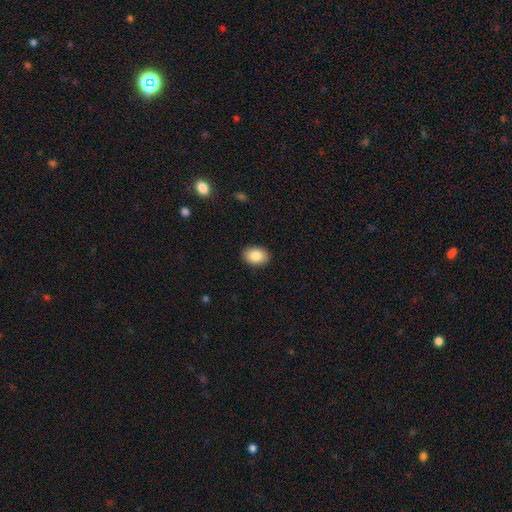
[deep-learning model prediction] smooth-or-featured: smooth: 86% | star or artifact: 7% | featured or disk: 7%
  how-rounded: in between: 75% | round: 24% | cigar-shaped: 1%
  merging: none: 90% | minor disturbance: 8% | major disturbance: 2% | merger: 1%